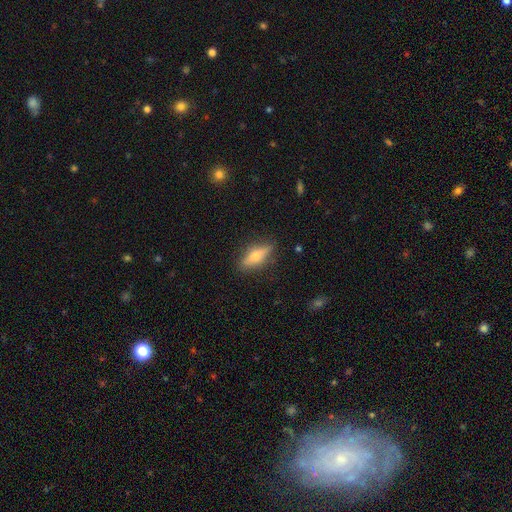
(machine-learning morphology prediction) Smooth or featured? Predicted: smooth (p=0.47). Merging? Predicted: none (p=0.85).